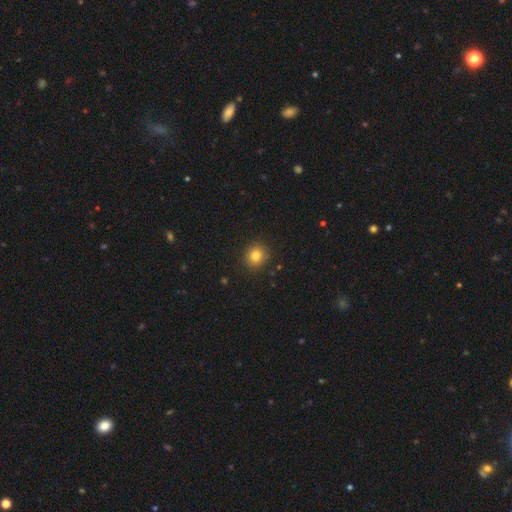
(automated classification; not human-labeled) This is clearly a smooth galaxy (82%). How rounded: clearly round (85%). Merging: clearly none (90%).